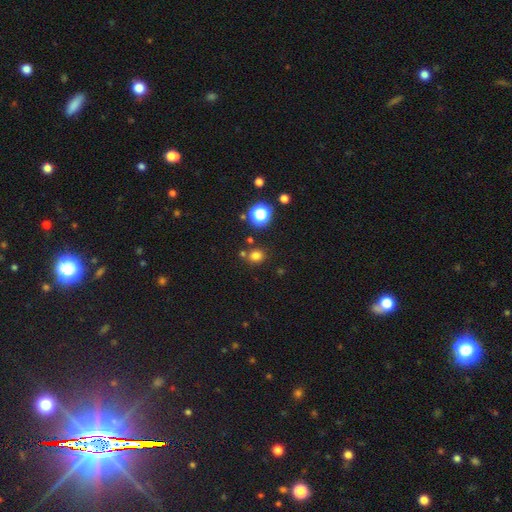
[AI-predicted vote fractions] smooth 74%, star or artifact 20%, featured or disk 6%. Down the decision tree: how rounded — round (77%); merging — none (77%).